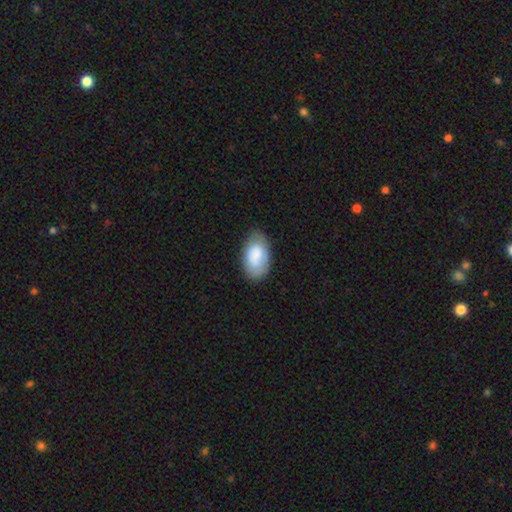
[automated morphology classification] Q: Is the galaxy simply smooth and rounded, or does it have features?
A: smooth — 76%.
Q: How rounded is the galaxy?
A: in between — 94%.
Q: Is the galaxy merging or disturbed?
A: none — 78%.